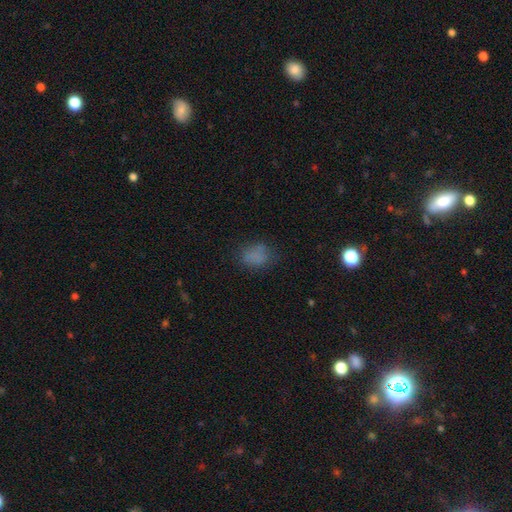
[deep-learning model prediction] The model was most divided on "how rounded": in between: 69%, round: 29%, cigar-shaped: 2%. More confident: smooth or featured — smooth (76%); merging — none (69%).